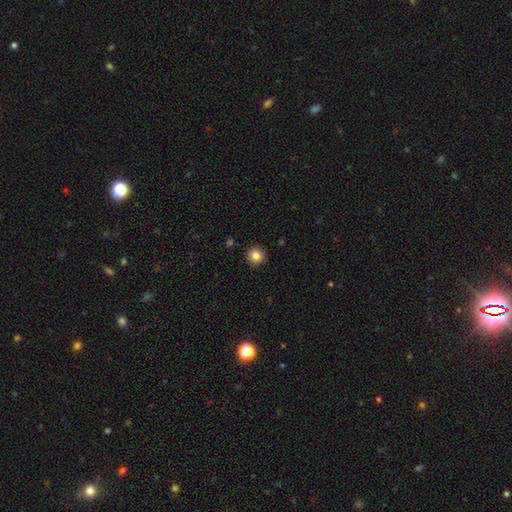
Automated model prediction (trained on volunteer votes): A smooth galaxy with no disk features (84%) that is round (93%).

Vote fractions:
- Smooth or featured? smooth: 84% / star or artifact: 10% / featured or disk: 6%
- How rounded? round: 93% / in between: 6% / cigar-shaped: 1%
- Merging? none: 92% / minor disturbance: 5% / major disturbance: 2% / merger: 1%